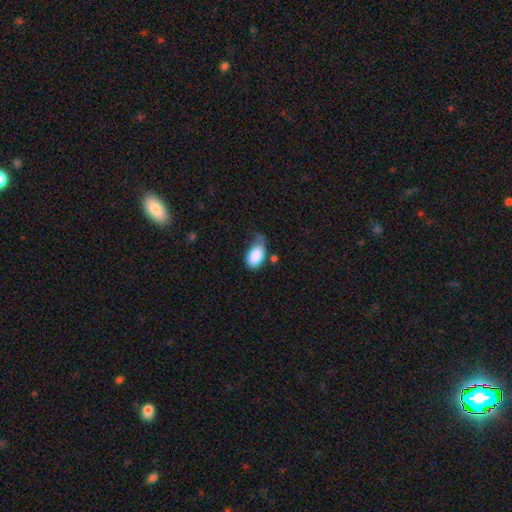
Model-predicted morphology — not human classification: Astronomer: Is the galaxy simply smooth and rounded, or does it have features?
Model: smooth — 86%.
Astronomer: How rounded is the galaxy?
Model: in between — 92%.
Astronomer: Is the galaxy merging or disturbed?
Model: minor disturbance — 41% (runner-up: none, 28%).